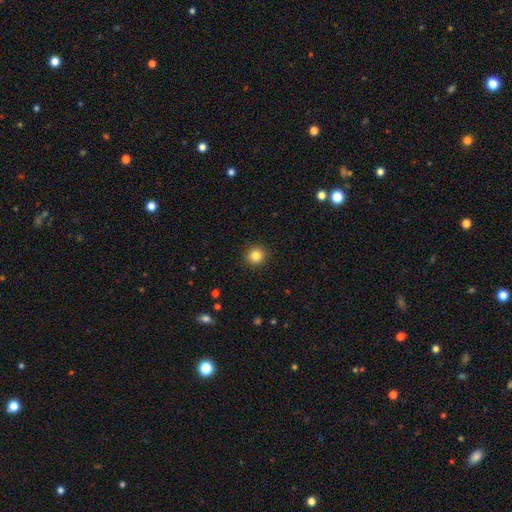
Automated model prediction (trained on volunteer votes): smooth 84%, star or artifact 11%, featured or disk 5%. Down the decision tree: how rounded — round (91%); merging — none (92%).